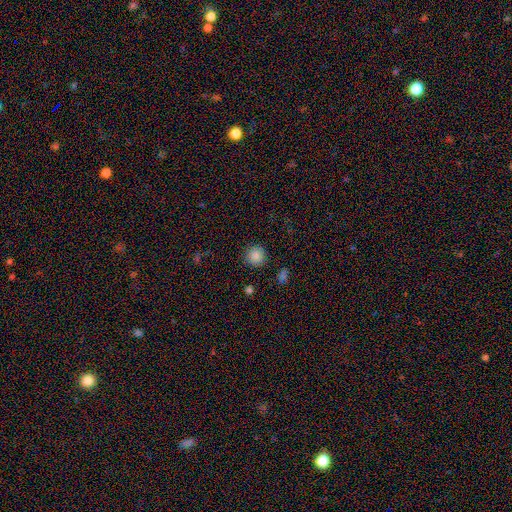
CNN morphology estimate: This appears to be a smooth galaxy with no disk features (86%) that is round (93%). Merging: none (89%).